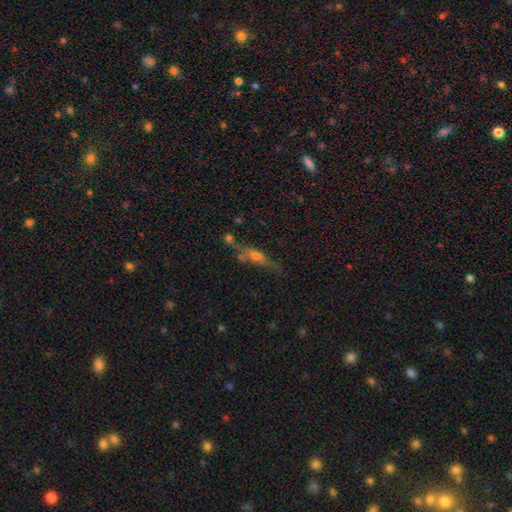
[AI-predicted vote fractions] Smooth or featured?
  - featured or disk: 55% *
  - smooth: 32%
  - star or artifact: 13%
Edge-on disk?
  - yes: 83% *
  - no: 17%
Merging?
  - none: 59% *
  - minor disturbance: 19%
  - merger: 14%
  - major disturbance: 8%